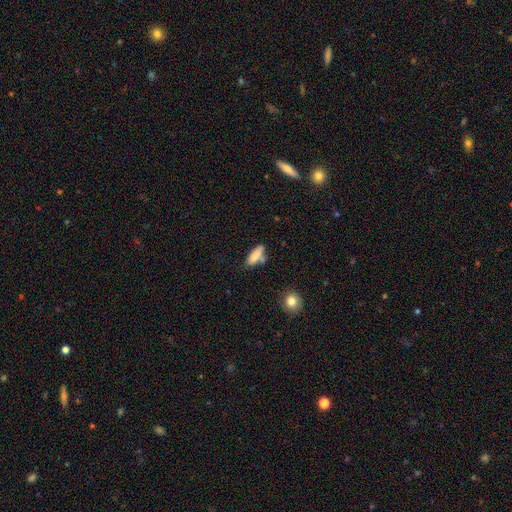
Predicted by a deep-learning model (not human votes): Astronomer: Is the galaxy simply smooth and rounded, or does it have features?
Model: smooth — 80%.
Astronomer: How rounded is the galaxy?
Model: in between — 63%.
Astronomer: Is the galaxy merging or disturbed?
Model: none — 51%.